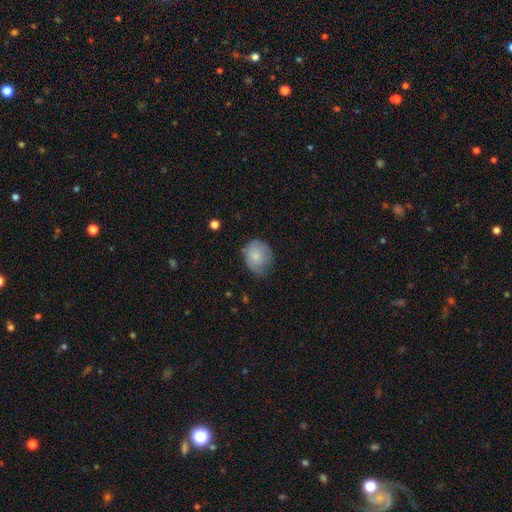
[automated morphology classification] Overall: smooth (76%). How rounded: round (64%; in between 35%). Merging: none (51%; minor disturbance 37%).